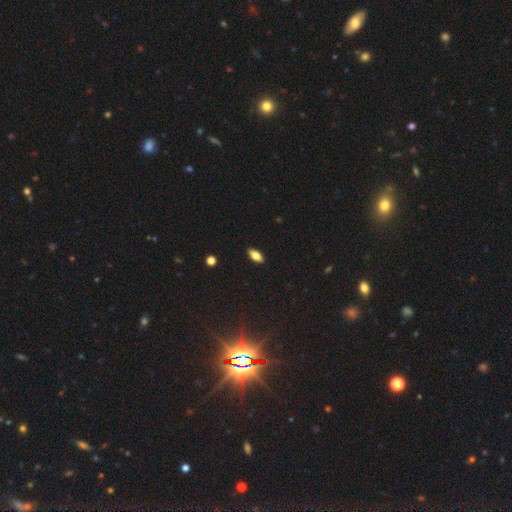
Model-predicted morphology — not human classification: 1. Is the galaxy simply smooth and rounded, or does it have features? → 75% smooth, 17% featured or disk, 8% star or artifact.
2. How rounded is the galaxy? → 83% in between, 14% cigar-shaped, 3% round.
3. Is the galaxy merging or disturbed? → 89% none, 8% minor disturbance, 2% major disturbance, 1% merger.